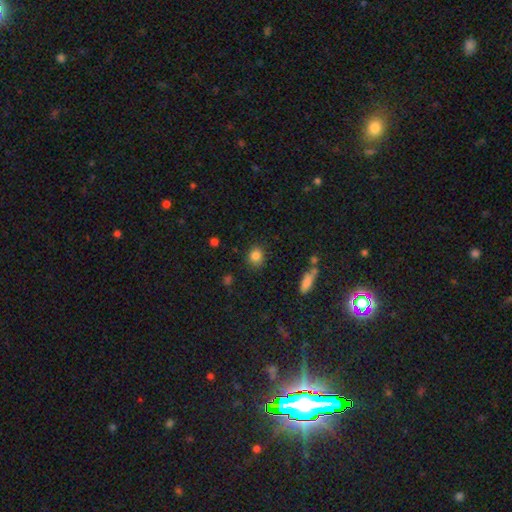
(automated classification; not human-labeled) A smooth galaxy with no disk features (84%) that is round (69%). Merging: none (82%).